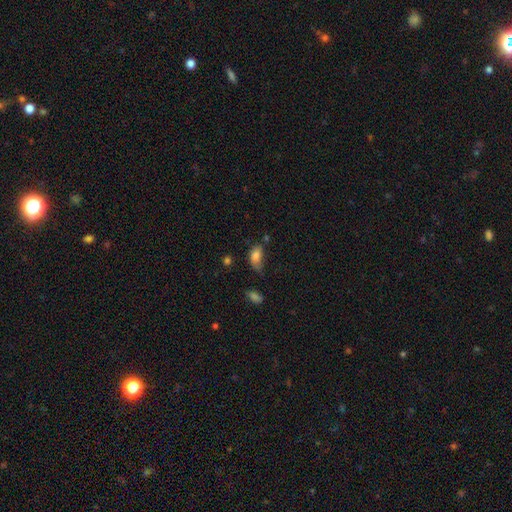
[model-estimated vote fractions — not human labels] Smooth or featured: smooth — 79% (featured or disk — 11%)
How rounded: in between — 89% (round — 8%)
Merging: minor disturbance — 38% (none — 33%)